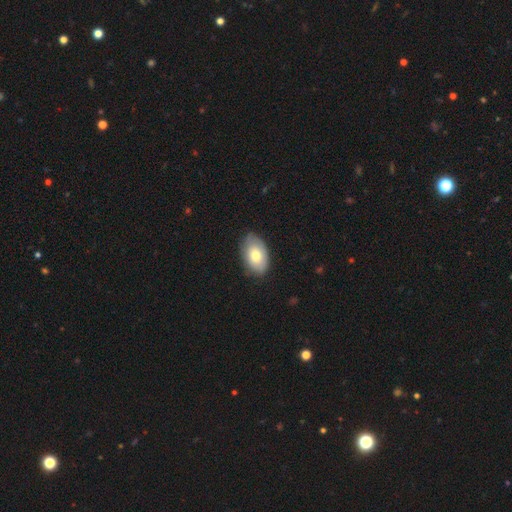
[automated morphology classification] Q: Smooth or featured?
A: smooth (71%); runner-up: featured or disk (23%)
Q: How rounded?
A: in between (92%); runner-up: round (7%)
Q: Merging?
A: none (78%); runner-up: minor disturbance (18%)